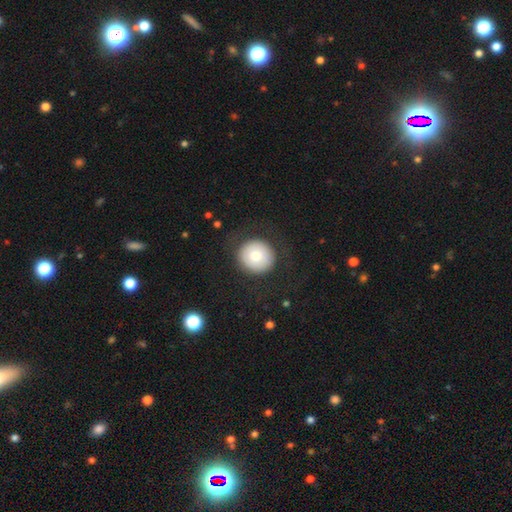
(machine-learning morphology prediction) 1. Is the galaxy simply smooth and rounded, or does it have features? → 73% smooth, 20% featured or disk, 8% star or artifact.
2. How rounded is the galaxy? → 93% round, 6% in between, 1% cigar-shaped.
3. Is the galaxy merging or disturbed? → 81% none, 10% minor disturbance, 8% major disturbance, 1% merger.